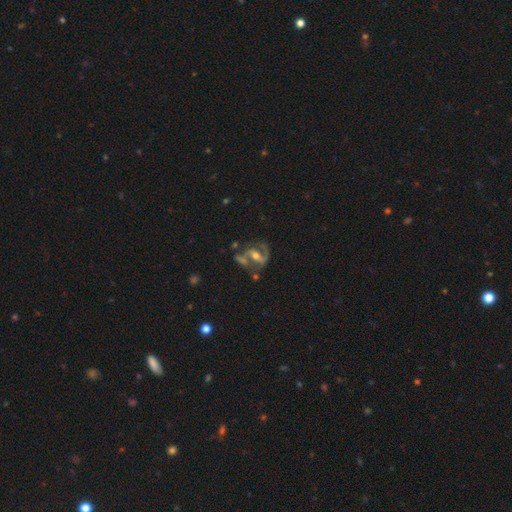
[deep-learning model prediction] This appears to be a featured or disk galaxy (82%) with a strong bar (39%), 2 (80%) medium (51%) spiral arms (87%) and a moderate central bulge (66%). Merging: none (50%).